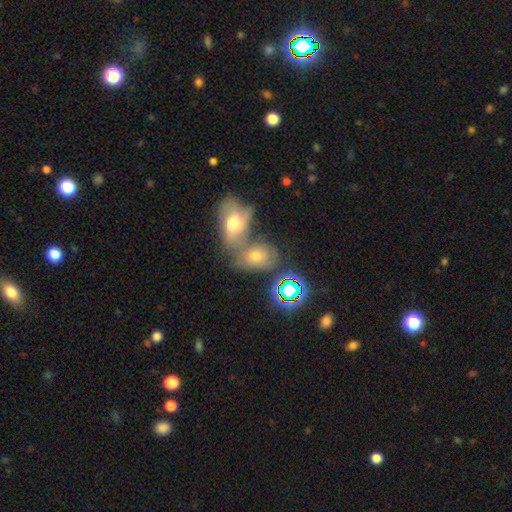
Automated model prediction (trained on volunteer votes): Q: Smooth or featured?
A: smooth (48%); runner-up: featured or disk (27%)
Q: Merging?
A: merger (55%); runner-up: none (29%)